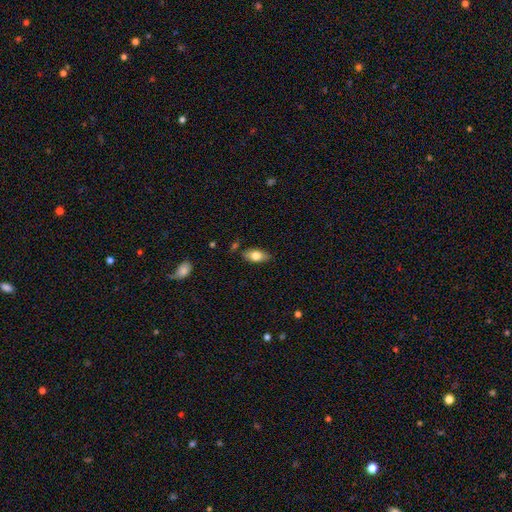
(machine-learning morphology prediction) Smooth or featured: smooth — 76% (featured or disk — 17%)
How rounded: in between — 89% (cigar-shaped — 7%)
Merging: none — 81% (minor disturbance — 14%)